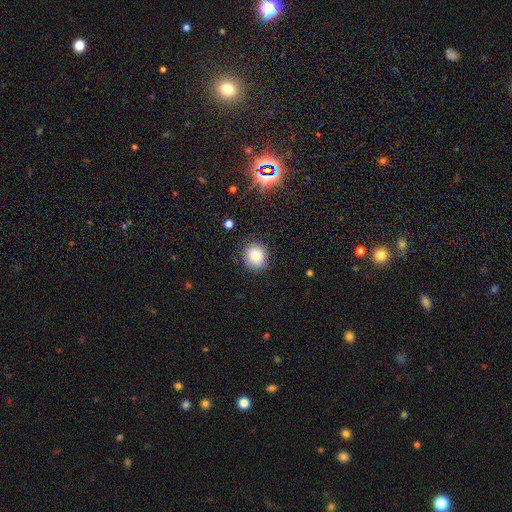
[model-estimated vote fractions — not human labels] Overall: smooth (79%). How rounded: round (81%). Merging: none (81%).